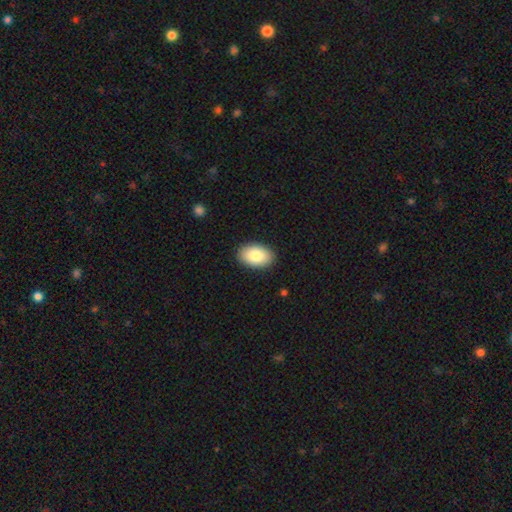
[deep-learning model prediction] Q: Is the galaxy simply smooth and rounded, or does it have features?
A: smooth — 83%.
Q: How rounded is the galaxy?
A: in between — 91%.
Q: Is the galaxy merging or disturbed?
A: none — 90%.